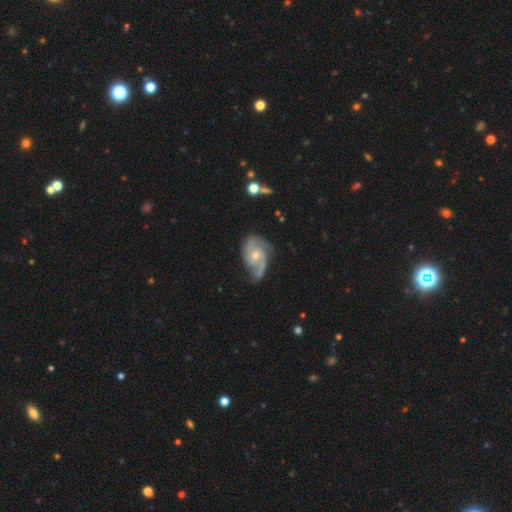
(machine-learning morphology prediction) Smooth or featured: featured or disk — 88% (smooth — 7%)
Edge-on disk: no — 97% (yes — 3%)
Bar: no — 63% (weak — 31%)
Spiral arms: yes — 97% (no — 3%)
Spiral winding: medium — 51% (tight — 29%)
Spiral arm count: 2 — 61% (3 — 23%)
Bulge size: moderate — 51% (small — 46%)
Merging: none — 64% (minor disturbance — 25%)